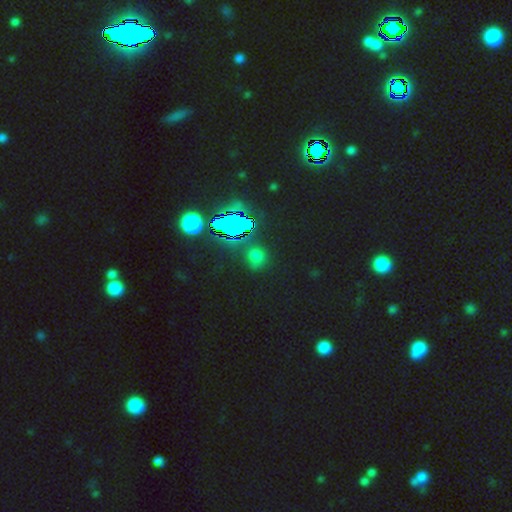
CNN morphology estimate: smooth-or-featured: star or artifact: 55% | smooth: 36% | featured or disk: 9%